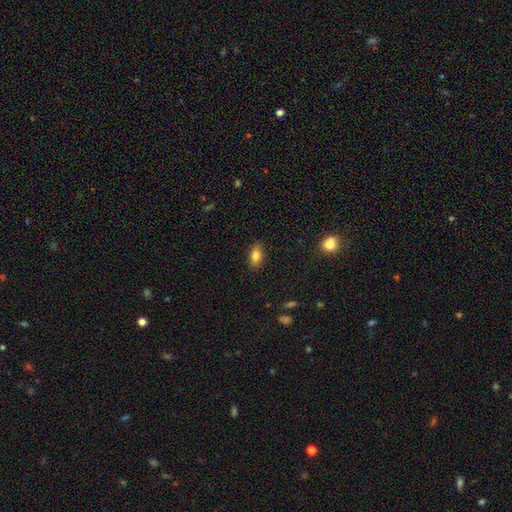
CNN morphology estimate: Smooth or featured? Predicted: smooth (p=0.81). How rounded? Predicted: in between (p=0.87). Merging? Predicted: none (p=0.86).